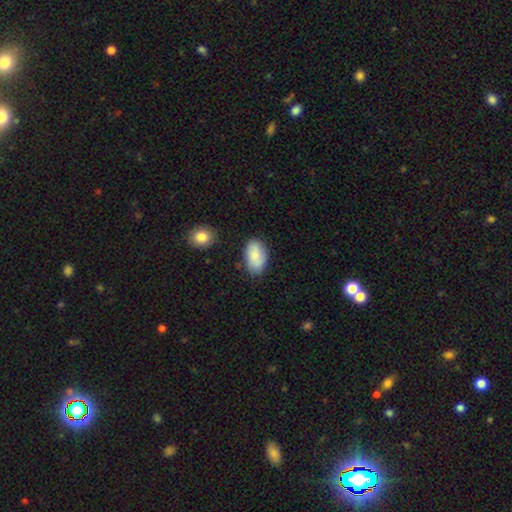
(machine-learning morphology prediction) Smooth or featured? Predicted: smooth (p=0.82). How rounded? Predicted: in between (p=0.93). Merging? Predicted: none (p=0.74).